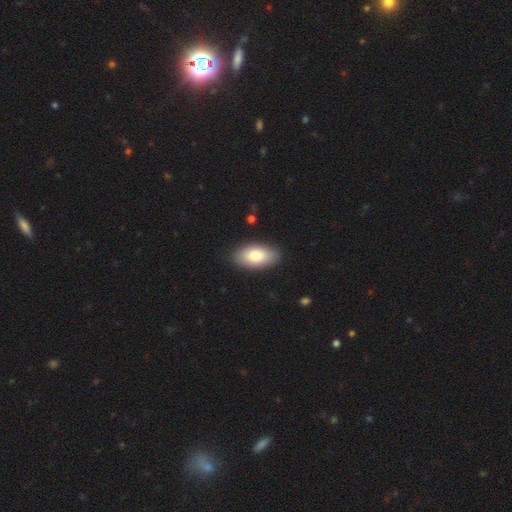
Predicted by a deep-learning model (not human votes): Morphology: type=smooth (85%); roundness=in between (95%); merging=none (88%).